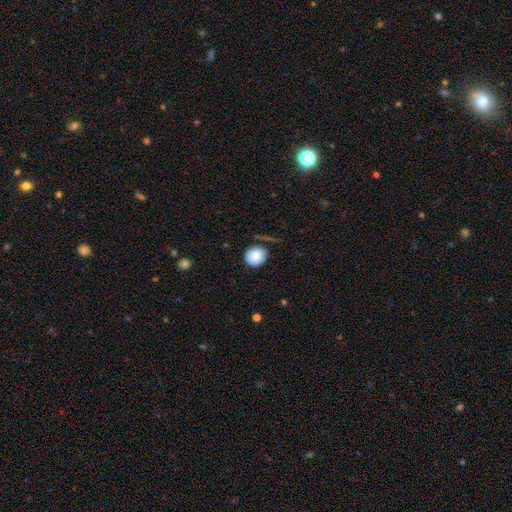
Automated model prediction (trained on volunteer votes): Smooth or featured? smooth (83%)
How rounded? round (80%)
Merging? none (72%)